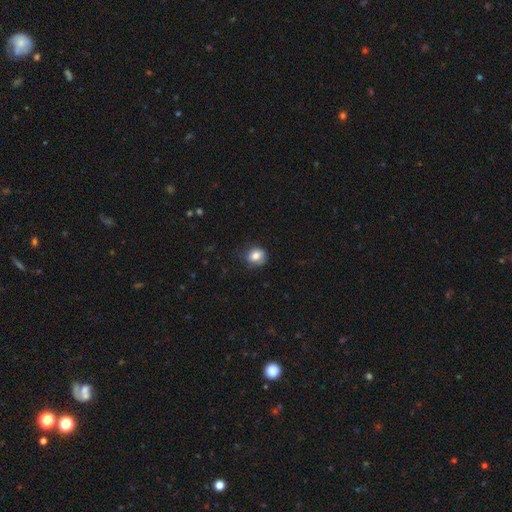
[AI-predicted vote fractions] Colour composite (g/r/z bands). It shows a smooth galaxy with no disk features (79%) that is round (63%). Merging: none (69%).